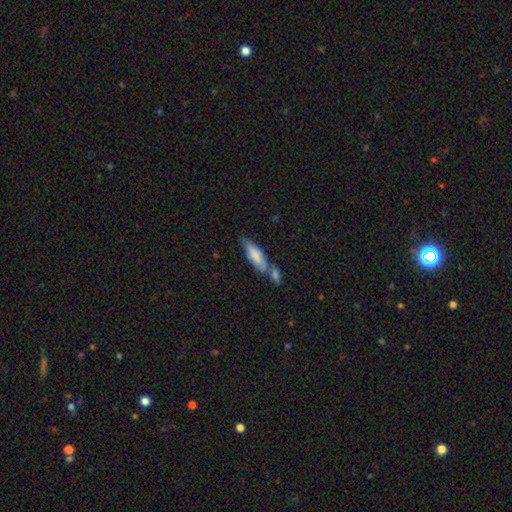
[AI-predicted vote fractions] Smooth or featured? smooth (71%)
How rounded? cigar-shaped (51%)
Merging? merger (41%)